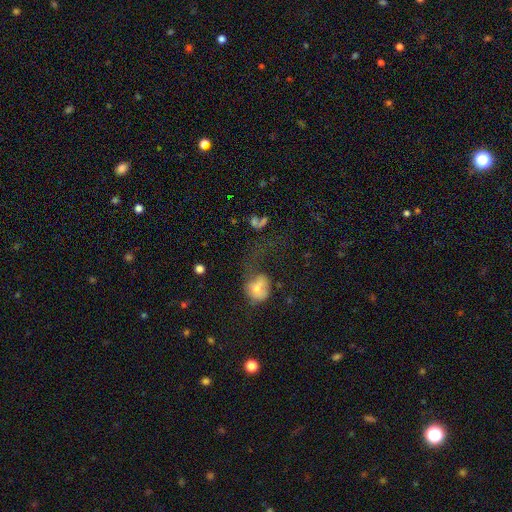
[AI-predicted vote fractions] Smooth or featured?
  - smooth: 44% *
  - featured or disk: 35%
  - star or artifact: 22%
Merging?
  - major disturbance: 51% *
  - none: 28%
  - minor disturbance: 14%
  - merger: 7%